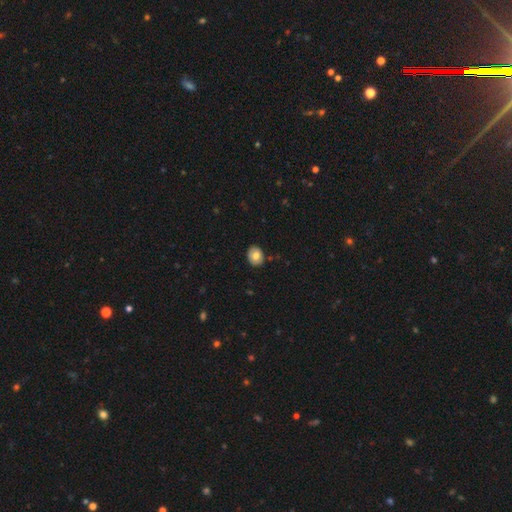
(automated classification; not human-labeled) Smooth or featured? smooth (75%)
How rounded? round (54%)
Merging? none (85%)